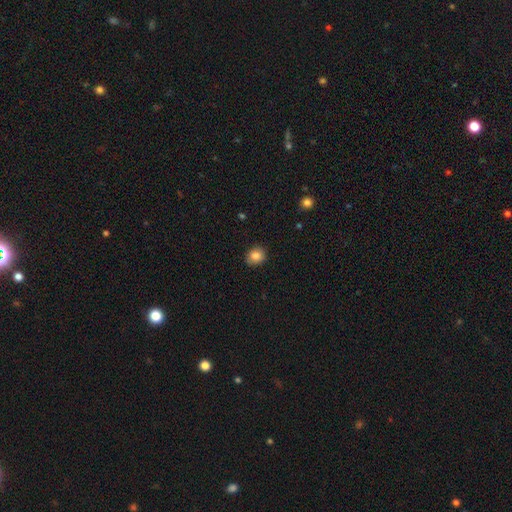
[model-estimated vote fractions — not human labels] Morphology: type=smooth (85%); roundness=round (69%); merging=none (87%).